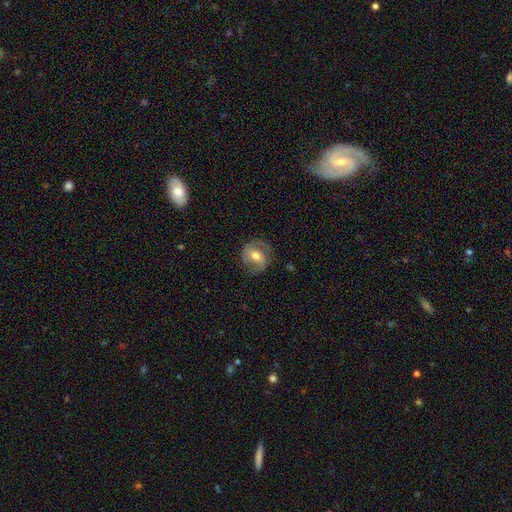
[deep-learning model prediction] smooth_or_featured: featured or disk (p=0.66) [alt: smooth p=0.27]
disk_edge_on: no (p=0.96) [alt: yes p=0.04]
bar: weak (p=0.42) [alt: no p=0.32]
has_spiral_arms: yes (p=0.87) [alt: no p=0.13]
spiral_winding: medium (p=0.47) [alt: loose p=0.29]
spiral_arm_count: 2 (p=0.83) [alt: can't tell p=0.07]
bulge_size: moderate (p=0.71) [alt: small p=0.20]
merging: none (p=0.75) [alt: minor disturbance p=0.17]